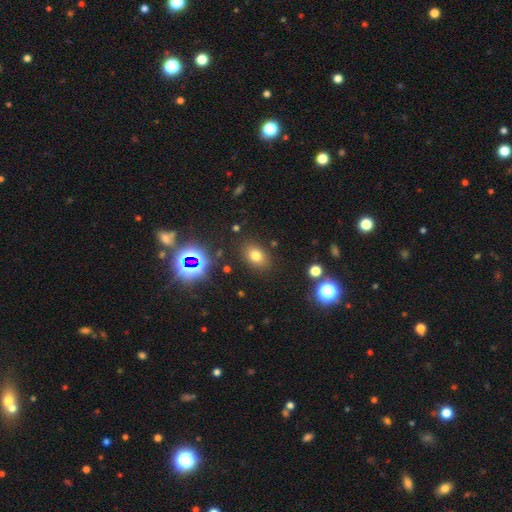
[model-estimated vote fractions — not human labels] smooth-or-featured: smooth: 72% | star or artifact: 19% | featured or disk: 10%
  how-rounded: in between: 70% | round: 29% | cigar-shaped: 1%
  merging: none: 85% | minor disturbance: 9% | major disturbance: 3% | merger: 2%